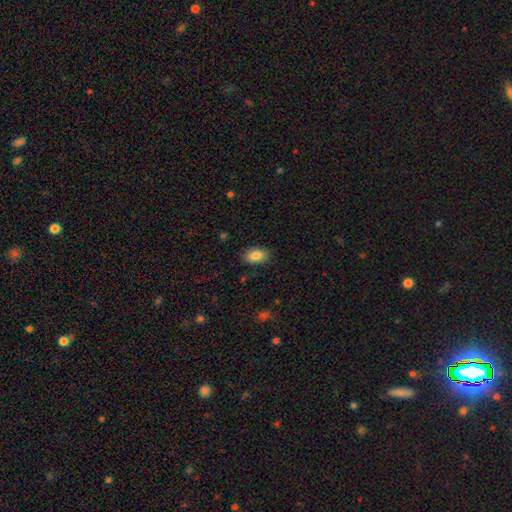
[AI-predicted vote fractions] This appears to be a smooth galaxy with no disk features (85%) that is in between round and cigar-shaped (92%). Merging: none (87%).